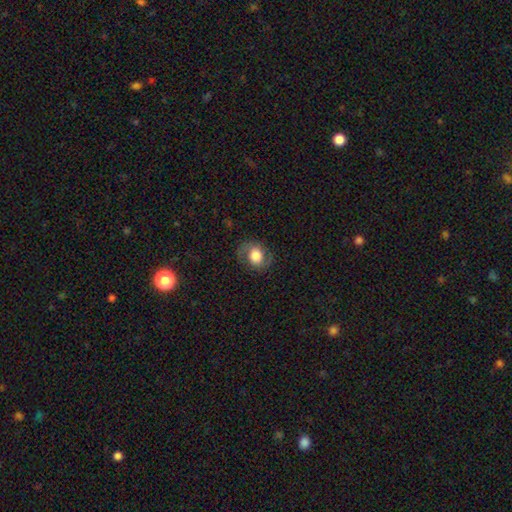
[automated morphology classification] smooth_or_featured: smooth (p=0.48) [alt: featured or disk p=0.43]
merging: none (p=0.76) [alt: minor disturbance p=0.15]